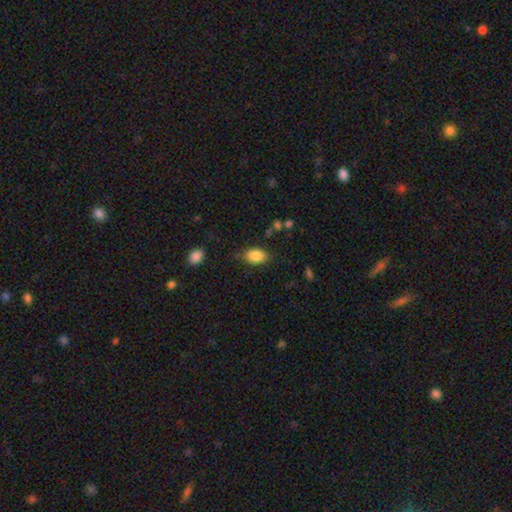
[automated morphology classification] This appears to be a smooth galaxy with no disk features (86%) that is in between round and cigar-shaped (87%). Merging: none (77%).